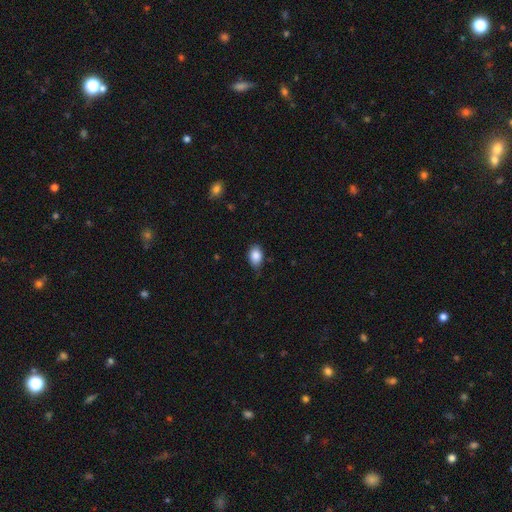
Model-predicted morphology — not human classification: smooth-or-featured: smooth: 87% | star or artifact: 8% | featured or disk: 5%
  how-rounded: in between: 84% | round: 15% | cigar-shaped: 1%
  merging: none: 73% | minor disturbance: 23% | major disturbance: 3% | merger: 1%